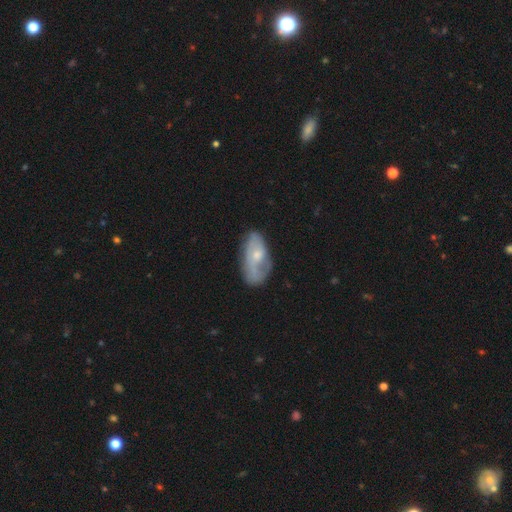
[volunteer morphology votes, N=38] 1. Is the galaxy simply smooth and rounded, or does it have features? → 53% smooth, 42% featured or disk, 5% star or artifact.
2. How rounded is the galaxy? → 100% in between, 0% round, 0% cigar-shaped.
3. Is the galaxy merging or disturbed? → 36% minor disturbance, 33% none, 28% major disturbance, 3% merger.